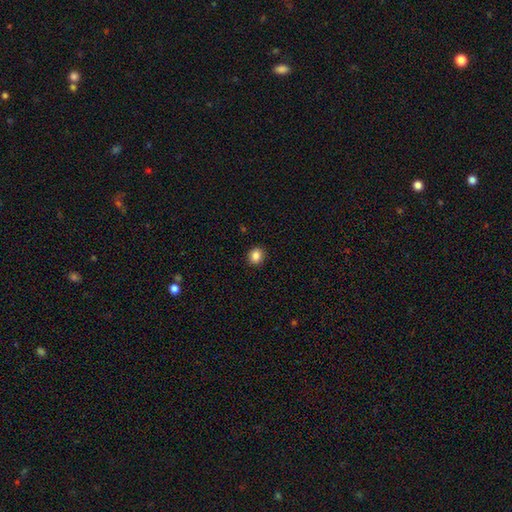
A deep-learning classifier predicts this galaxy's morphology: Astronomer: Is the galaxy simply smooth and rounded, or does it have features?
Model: smooth — 85%.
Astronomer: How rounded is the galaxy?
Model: round — 79%.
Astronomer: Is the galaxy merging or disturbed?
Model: none — 91%.